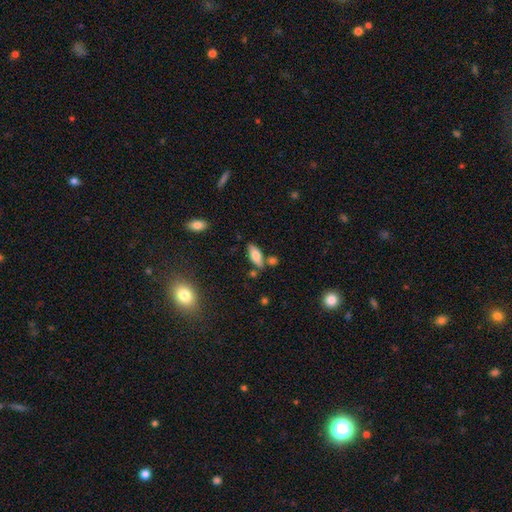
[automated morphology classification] This appears to be a smooth galaxy with no disk features (75%) that is in between round and cigar-shaped (70%). Merging: none (72%).